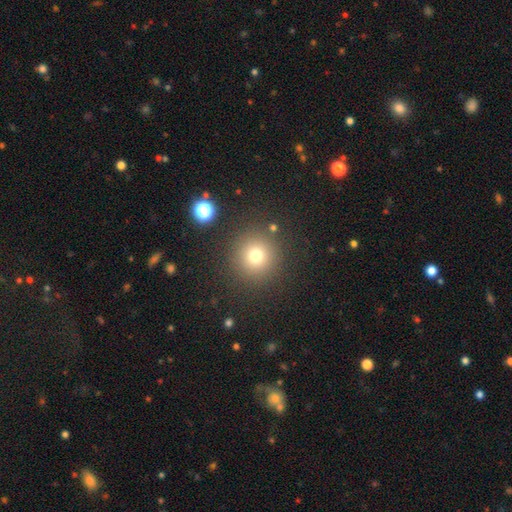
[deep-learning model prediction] Overall: smooth (74%). How rounded: round (95%). Merging: none (88%).